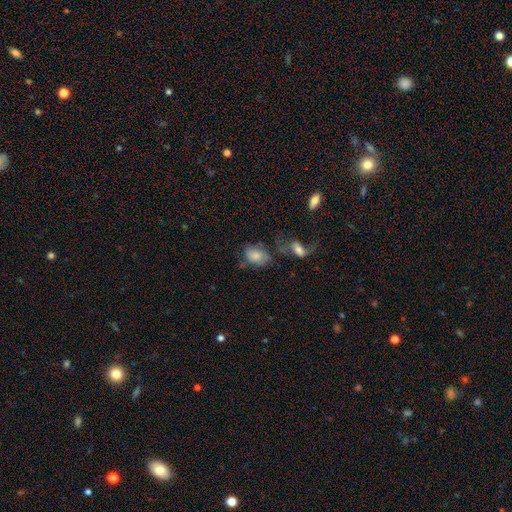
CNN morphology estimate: smooth-or-featured: smooth: 72% | featured or disk: 19% | star or artifact: 8%
  how-rounded: in between: 84% | round: 15% | cigar-shaped: 2%
  merging: none: 36% | minor disturbance: 23% | merger: 22% | major disturbance: 19%